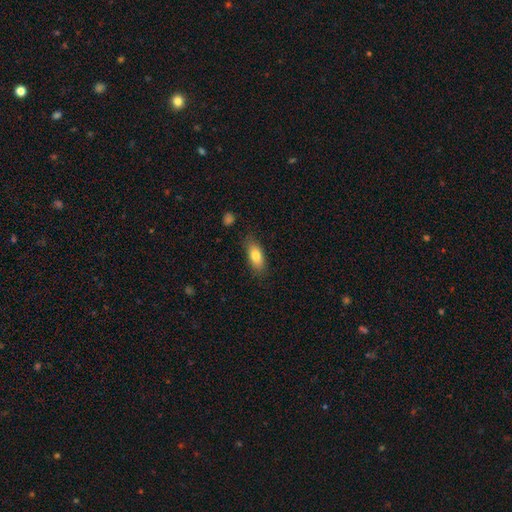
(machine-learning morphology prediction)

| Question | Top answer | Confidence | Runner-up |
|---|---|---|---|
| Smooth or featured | smooth | 78% | featured or disk (14%) |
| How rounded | in between | 79% | cigar-shaped (17%) |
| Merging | none | 80% | minor disturbance (15%) |